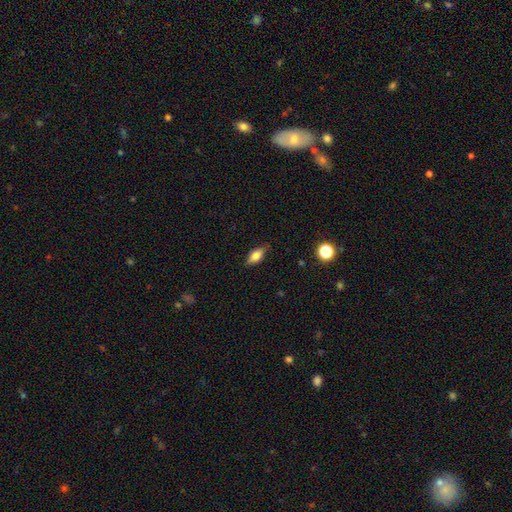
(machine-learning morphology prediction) Smooth or featured? Predicted: smooth (p=0.75). How rounded? Predicted: in between (p=0.83). Merging? Predicted: none (p=0.82).